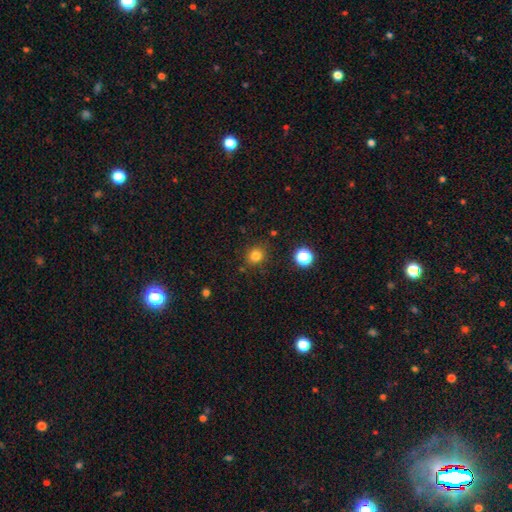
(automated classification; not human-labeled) Smooth or featured? Predicted: smooth (p=0.80). How rounded? Predicted: round (p=0.87). Merging? Predicted: none (p=0.85).